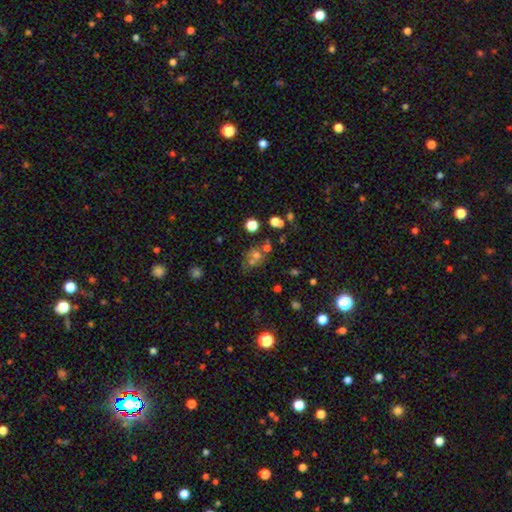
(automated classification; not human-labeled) Smooth or featured? smooth (54%)
How rounded? round (69%)
Merging? none (46%)